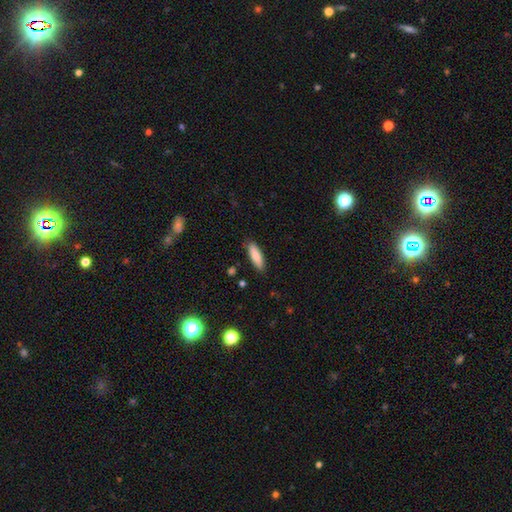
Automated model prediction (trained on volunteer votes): Q: Smooth or featured?
A: smooth (85%); runner-up: featured or disk (9%)
Q: How rounded?
A: cigar-shaped (52%); runner-up: in between (47%)
Q: Merging?
A: none (86%); runner-up: minor disturbance (11%)